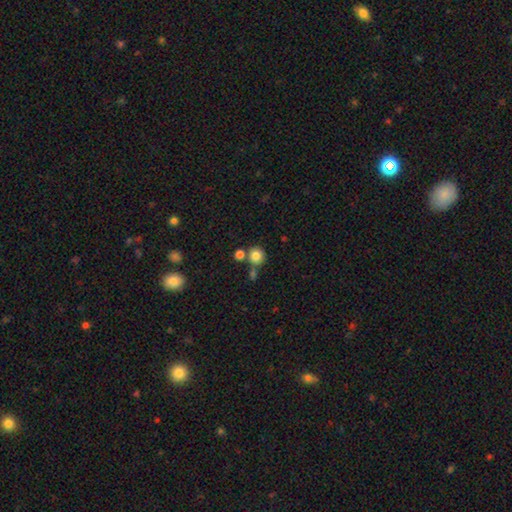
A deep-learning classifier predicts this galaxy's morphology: A smooth galaxy with no disk features (81%) that is round (91%). Merging: none (68%).